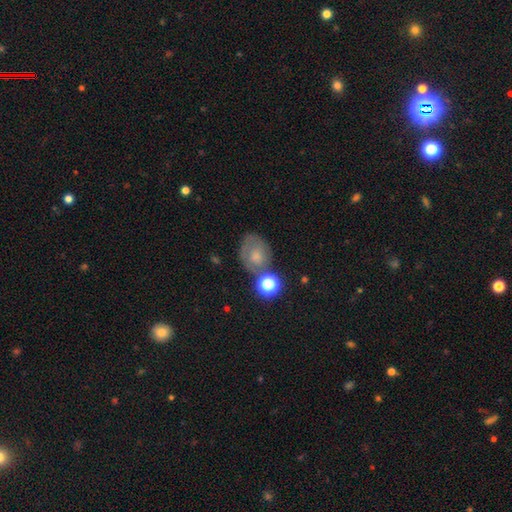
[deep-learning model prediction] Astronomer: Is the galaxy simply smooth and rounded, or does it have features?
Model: smooth — 54% (runner-up: featured or disk, 29%).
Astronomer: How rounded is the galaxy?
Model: round — 50% (runner-up: in between, 49%).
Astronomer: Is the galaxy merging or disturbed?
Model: none — 51%.